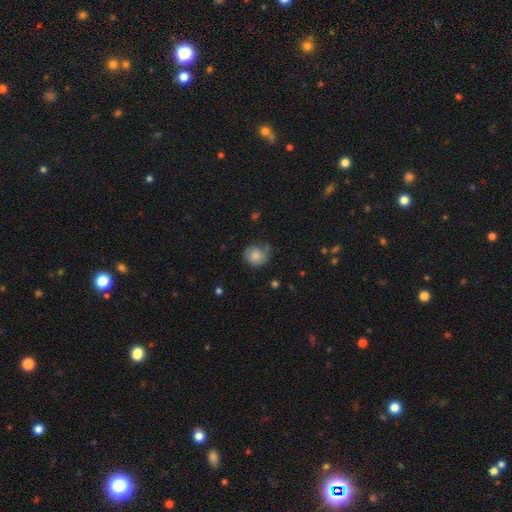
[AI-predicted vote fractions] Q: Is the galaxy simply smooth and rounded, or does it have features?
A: smooth — 70%.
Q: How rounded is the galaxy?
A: round — 79%.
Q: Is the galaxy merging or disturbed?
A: none — 53%.